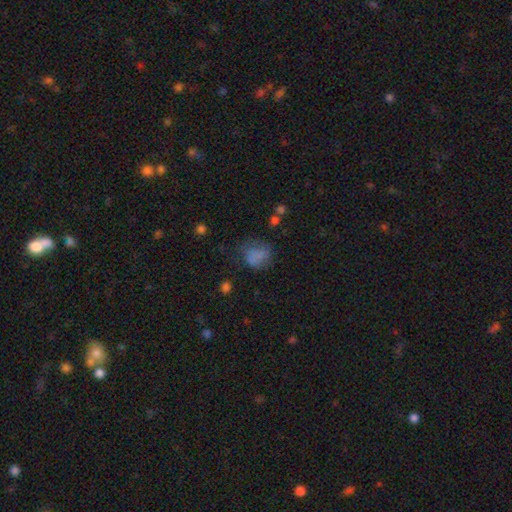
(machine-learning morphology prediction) Smooth or featured: smooth — 71% (featured or disk — 15%)
How rounded: round — 54% (in between — 45%)
Merging: none — 47% (minor disturbance — 27%)